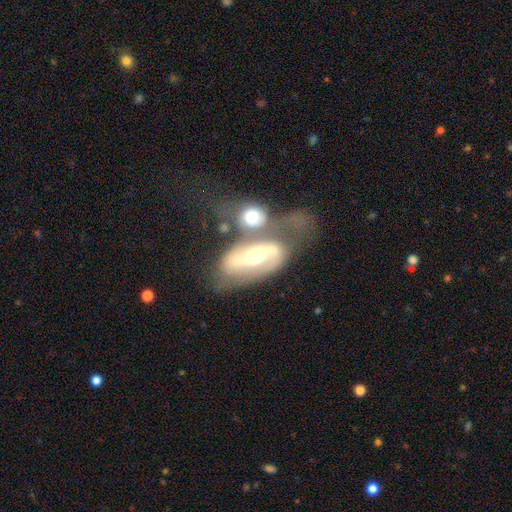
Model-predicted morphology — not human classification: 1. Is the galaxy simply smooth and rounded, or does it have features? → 80% featured or disk, 15% smooth, 5% star or artifact.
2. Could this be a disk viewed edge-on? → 94% no, 6% yes.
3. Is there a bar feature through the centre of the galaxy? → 37% weak, 33% no, 30% strong.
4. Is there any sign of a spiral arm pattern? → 88% yes, 12% no.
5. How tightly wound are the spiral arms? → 44% medium, 35% loose, 21% tight.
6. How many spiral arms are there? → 83% 2, 10% can't tell, 4% 1, 1% 3, 1% 4, 1% more than 4.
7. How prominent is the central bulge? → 68% moderate, 22% small, 7% large, 1% none, 1% dominant.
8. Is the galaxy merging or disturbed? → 46% merger, 25% none, 15% major disturbance, 14% minor disturbance.